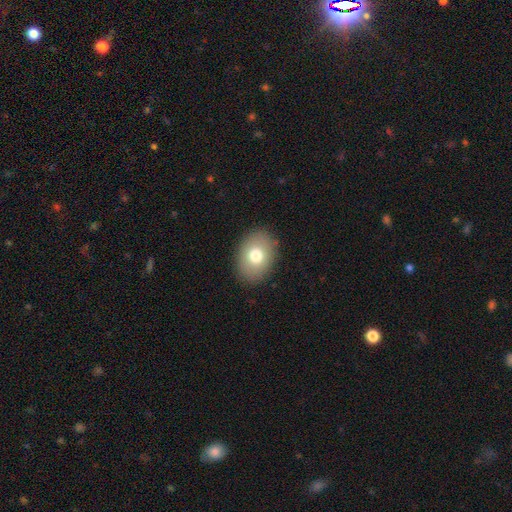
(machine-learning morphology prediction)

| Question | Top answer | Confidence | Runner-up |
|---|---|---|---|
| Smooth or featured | smooth | 76% | featured or disk (15%) |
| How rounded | in between | 74% | round (25%) |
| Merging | none | 88% | minor disturbance (8%) |